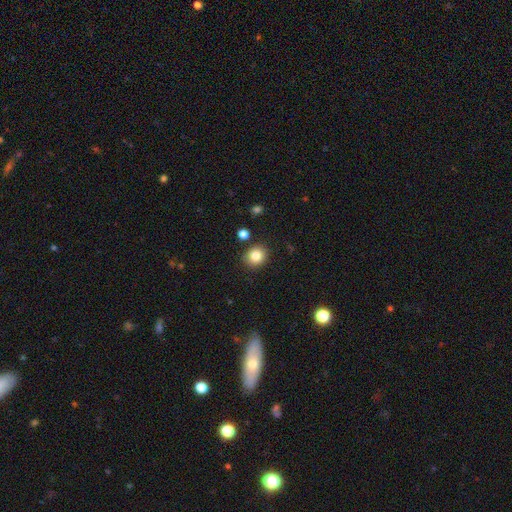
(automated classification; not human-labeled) This is clearly a smooth galaxy (84%). How rounded: likely round (73%). Merging: clearly none (85%).